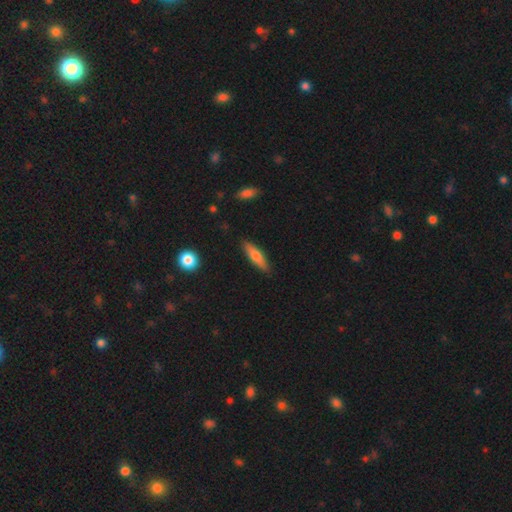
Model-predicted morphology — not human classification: smooth 66%, featured or disk 28%, star or artifact 6%. Down the decision tree: how rounded — cigar-shaped (71%); merging — none (87%).